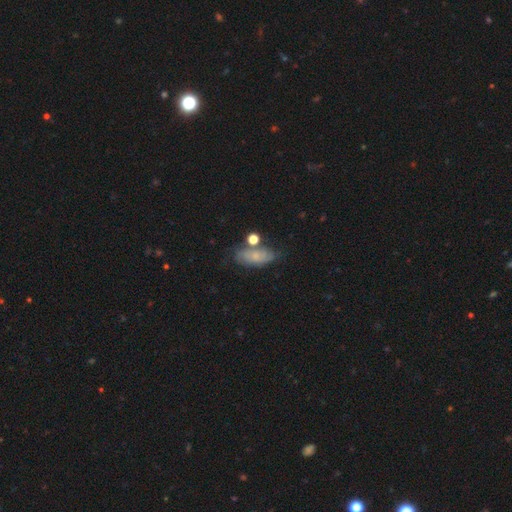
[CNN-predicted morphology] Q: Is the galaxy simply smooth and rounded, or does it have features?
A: smooth — 58%.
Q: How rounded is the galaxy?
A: in between — 80%.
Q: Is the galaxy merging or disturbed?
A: none — 55%.